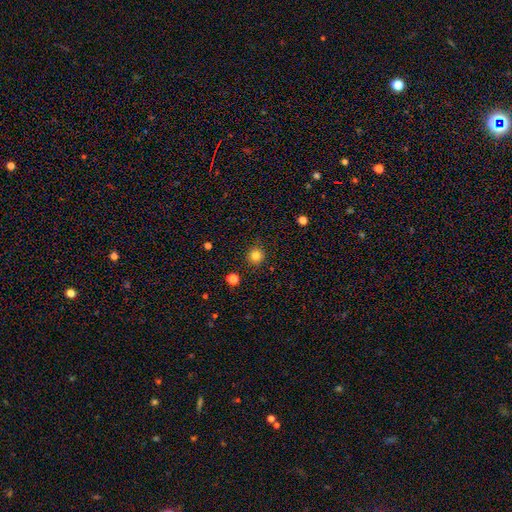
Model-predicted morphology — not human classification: Smooth or featured: smooth — 82% (star or artifact — 13%)
How rounded: round — 93% (in between — 6%)
Merging: none — 89% (minor disturbance — 7%)